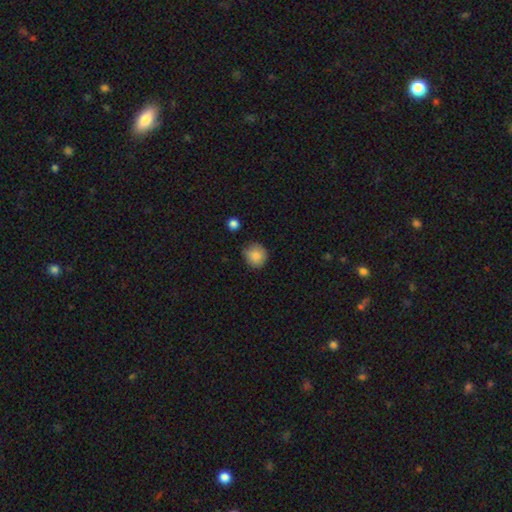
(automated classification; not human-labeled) Morphology: type=smooth (85%); roundness=round (89%); merging=none (77%).